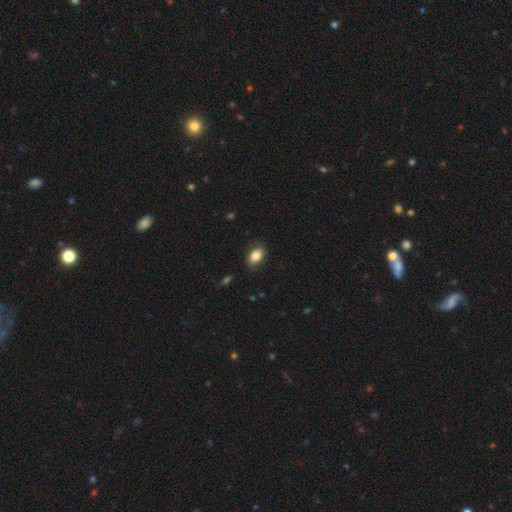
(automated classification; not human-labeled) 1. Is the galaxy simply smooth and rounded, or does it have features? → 84% smooth, 8% featured or disk, 8% star or artifact.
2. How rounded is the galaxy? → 86% in between, 12% round, 1% cigar-shaped.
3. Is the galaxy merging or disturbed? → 83% none, 13% minor disturbance, 3% major disturbance, 1% merger.